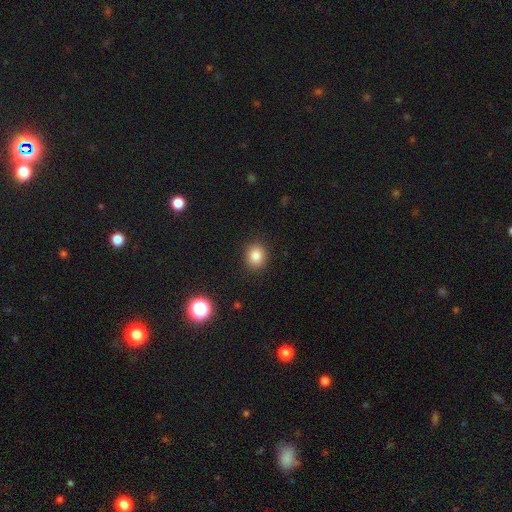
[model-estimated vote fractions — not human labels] smooth 85%, star or artifact 10%, featured or disk 5%. Down the decision tree: how rounded — round (67%); merging — none (89%).